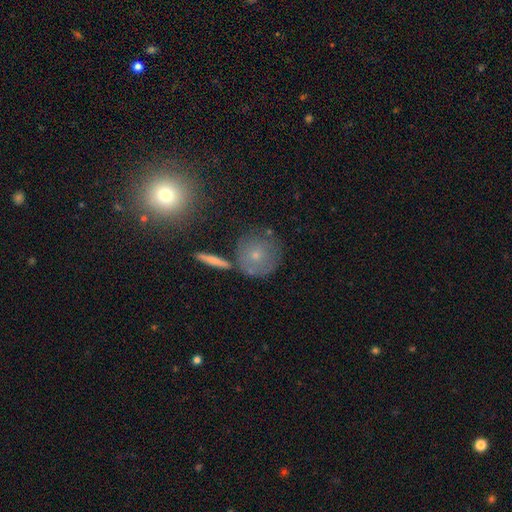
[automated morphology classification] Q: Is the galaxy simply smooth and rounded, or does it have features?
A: smooth — 60%.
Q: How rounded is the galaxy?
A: round — 89%.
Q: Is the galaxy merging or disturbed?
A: none — 66%.